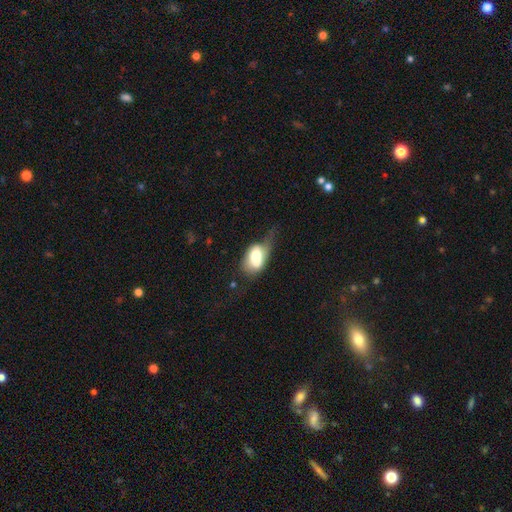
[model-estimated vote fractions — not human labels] smooth-or-featured: smooth: 62% | featured or disk: 29% | star or artifact: 9%
  how-rounded: in between: 84% | round: 13% | cigar-shaped: 3%
  merging: major disturbance: 33% | minor disturbance: 28% | none: 23% | merger: 15%